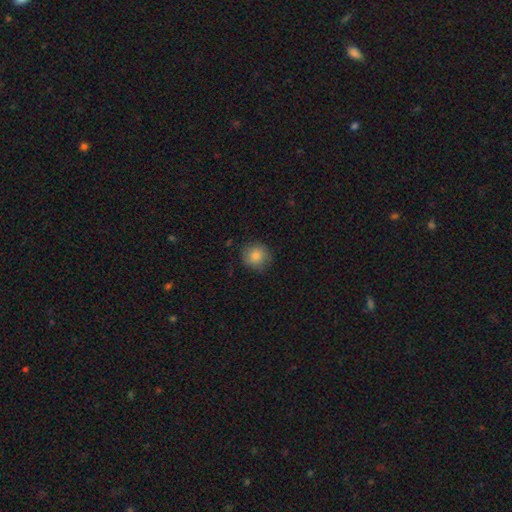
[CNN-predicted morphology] Q: Smooth or featured?
A: smooth (83%); runner-up: star or artifact (9%)
Q: How rounded?
A: round (90%); runner-up: in between (9%)
Q: Merging?
A: none (83%); runner-up: minor disturbance (13%)